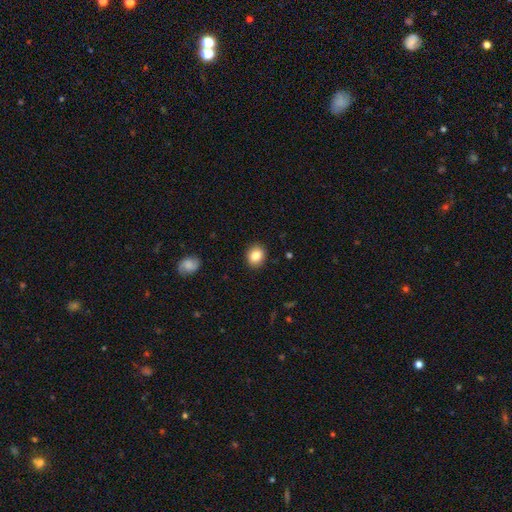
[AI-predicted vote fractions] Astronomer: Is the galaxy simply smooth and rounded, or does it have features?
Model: smooth — 83%.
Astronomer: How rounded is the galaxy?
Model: round — 67%.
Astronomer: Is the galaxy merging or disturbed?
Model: none — 90%.